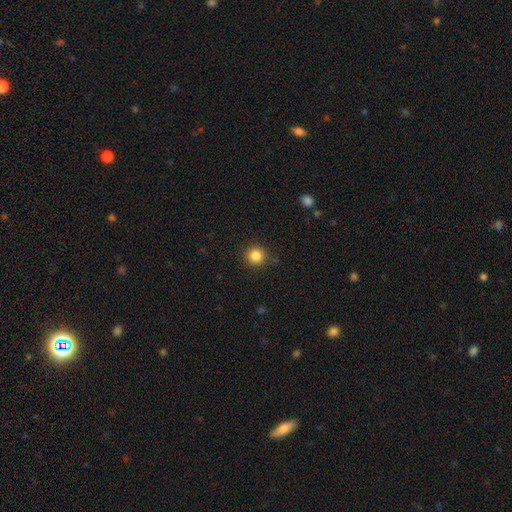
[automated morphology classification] A smooth galaxy with no disk features (85%) that is round (94%).

Vote fractions:
- Smooth or featured? smooth: 85% / star or artifact: 11% / featured or disk: 4%
- How rounded? round: 94% / in between: 5% / cigar-shaped: 1%
- Merging? none: 90% / minor disturbance: 7% / major disturbance: 2% / merger: 1%